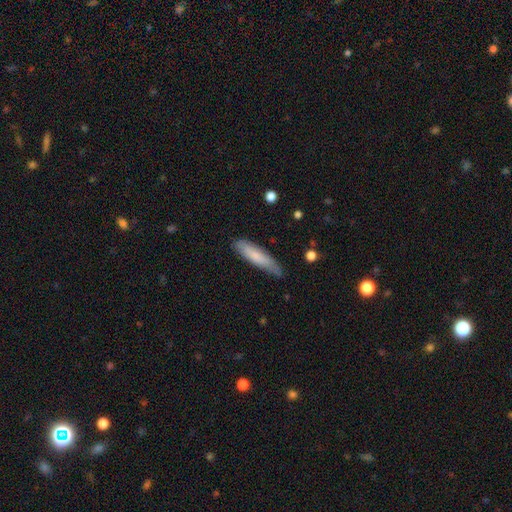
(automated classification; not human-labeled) Q: Smooth or featured?
A: smooth (76%); runner-up: featured or disk (18%)
Q: How rounded?
A: cigar-shaped (80%); runner-up: in between (19%)
Q: Merging?
A: none (74%); runner-up: minor disturbance (21%)